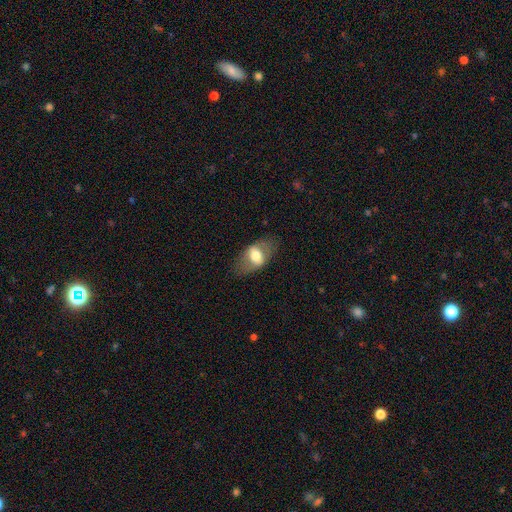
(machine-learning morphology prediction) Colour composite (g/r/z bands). It shows a smooth galaxy with no disk features (53%) that is in between round and cigar-shaped (88%). Merging: none (75%).